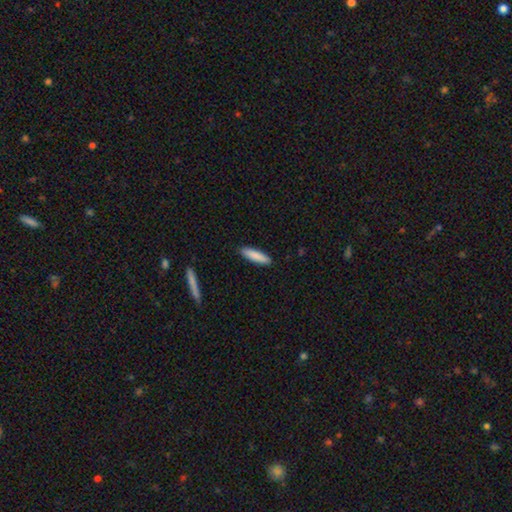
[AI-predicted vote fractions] Smooth or featured? smooth (86%)
How rounded? cigar-shaped (74%)
Merging? none (90%)